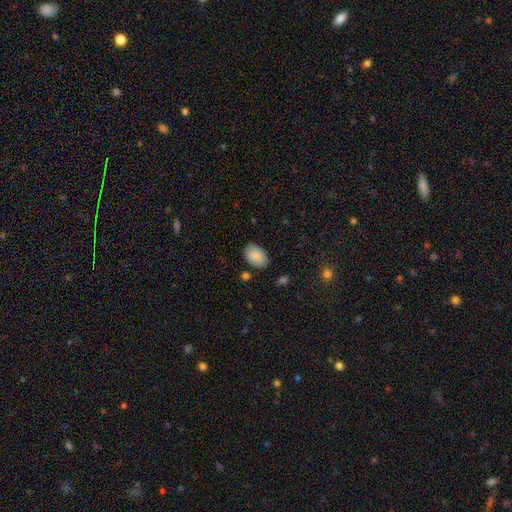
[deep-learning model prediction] Morphology: type=smooth (86%); roundness=in between (86%); merging=none (82%).